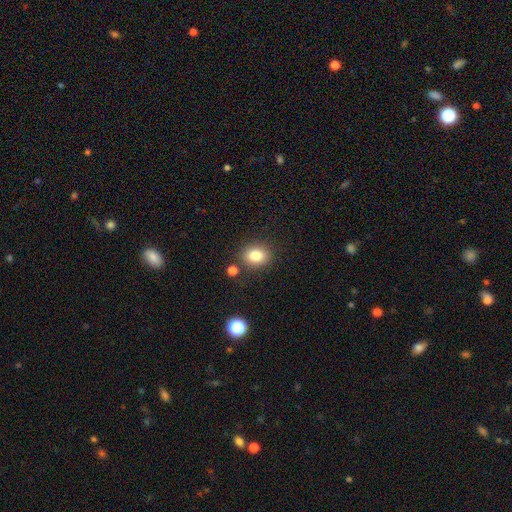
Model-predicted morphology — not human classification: Overall: smooth (82%). How rounded: round (51%; in between 48%). Merging: none (80%).